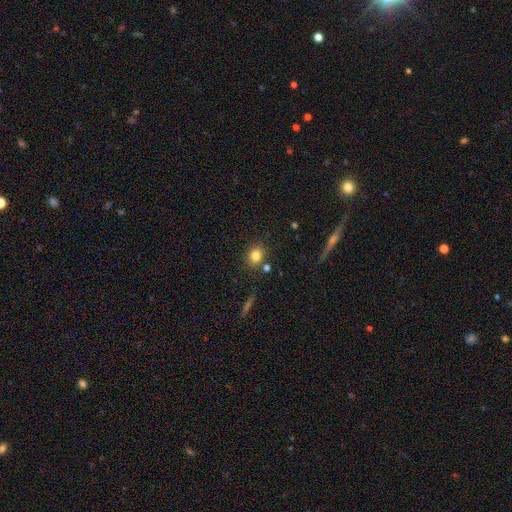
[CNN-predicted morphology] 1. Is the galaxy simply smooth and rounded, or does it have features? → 81% smooth, 12% star or artifact, 8% featured or disk.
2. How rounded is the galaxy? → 66% round, 33% in between, 1% cigar-shaped.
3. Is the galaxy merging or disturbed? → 80% none, 10% minor disturbance, 7% merger, 3% major disturbance.